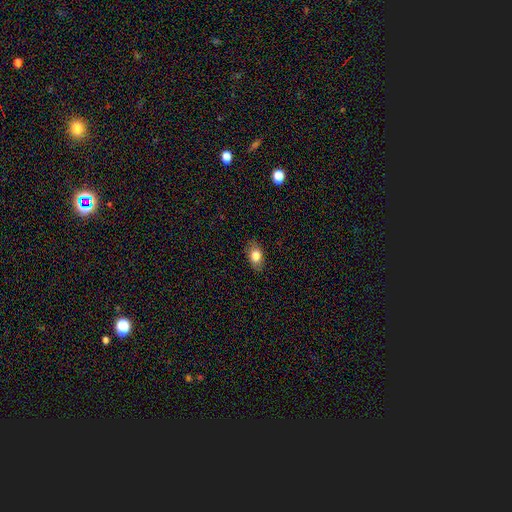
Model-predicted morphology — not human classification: Q: Smooth or featured?
A: smooth (82%); runner-up: featured or disk (11%)
Q: How rounded?
A: in between (86%); runner-up: round (12%)
Q: Merging?
A: none (84%); runner-up: minor disturbance (12%)